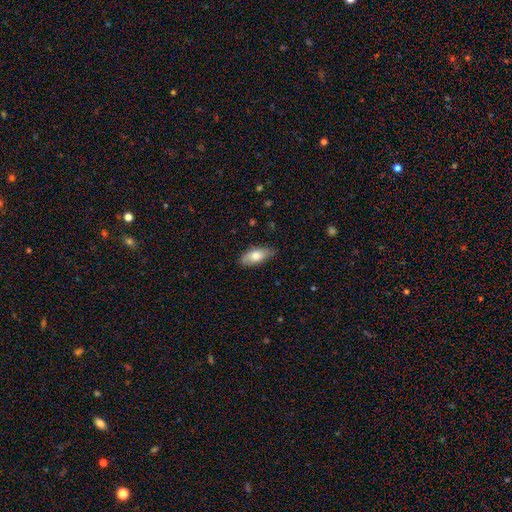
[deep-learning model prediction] smooth-or-featured: smooth: 76% | featured or disk: 18% | star or artifact: 6%
  how-rounded: in between: 85% | cigar-shaped: 12% | round: 3%
  merging: none: 82% | minor disturbance: 15% | major disturbance: 2% | merger: 1%